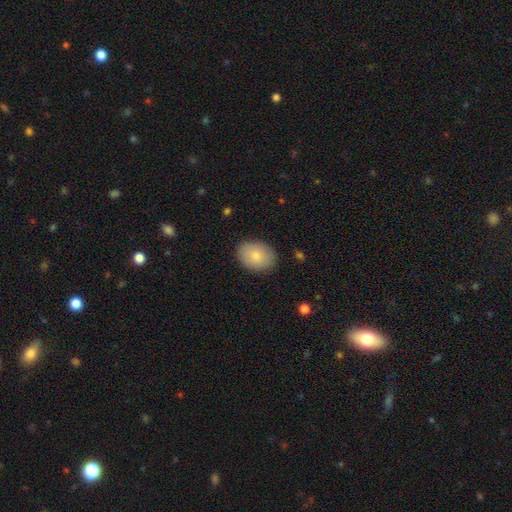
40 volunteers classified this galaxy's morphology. Smooth or featured: smooth — 78% (featured or disk — 20%)
How rounded: in between — 77% (round — 23%)
Merging: none — 85% (minor disturbance — 10%)